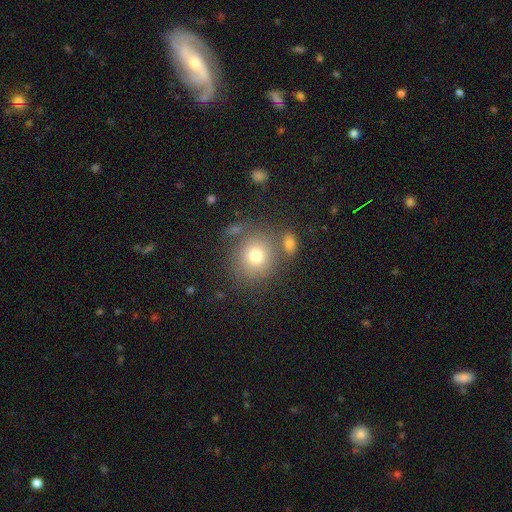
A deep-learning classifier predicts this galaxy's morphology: A smooth galaxy with no disk features (76%) that is round (83%). Merging: none (67%).